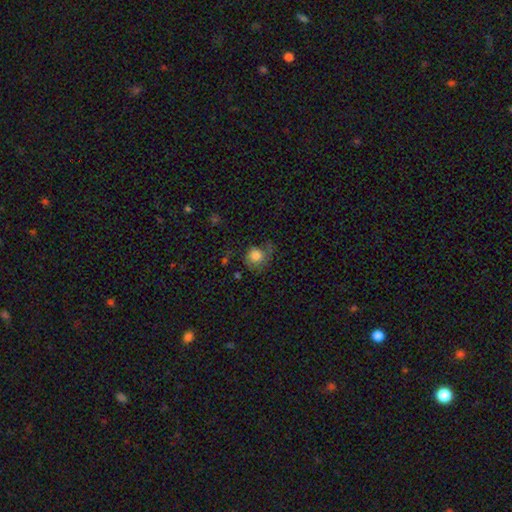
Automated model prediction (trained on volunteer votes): This appears to be a smooth galaxy with no disk features (74%) that is round (82%). Merging: none (51%).